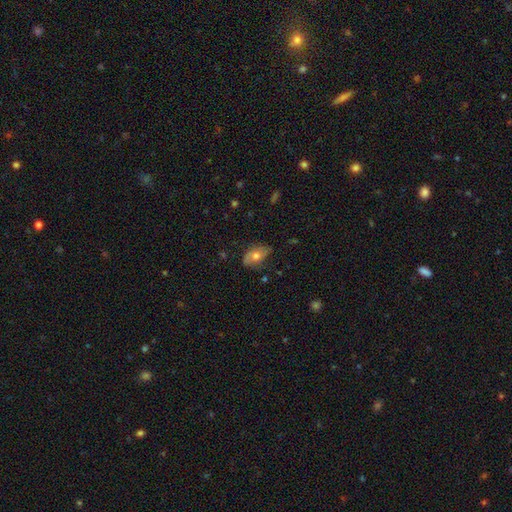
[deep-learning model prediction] Smooth or featured? smooth (58%)
How rounded? in between (85%)
Merging? none (65%)